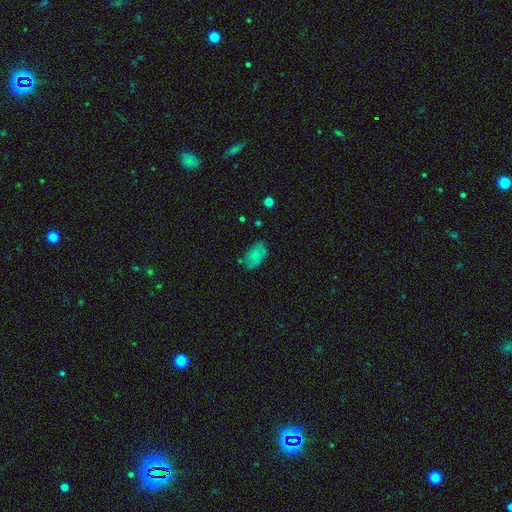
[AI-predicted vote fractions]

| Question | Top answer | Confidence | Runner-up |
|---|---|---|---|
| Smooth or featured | smooth | 76% | featured or disk (15%) |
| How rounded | in between | 92% | round (6%) |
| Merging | none | 63% | minor disturbance (25%) |